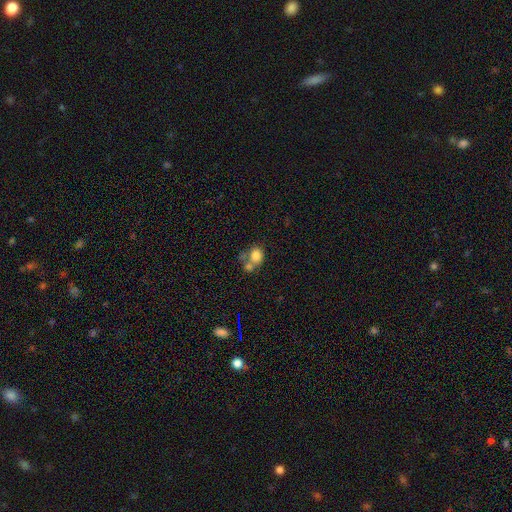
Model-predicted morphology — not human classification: The model was most divided on "merging": merger: 46%, none: 35%, minor disturbance: 11%, major disturbance: 7%. More confident: smooth or featured — smooth (78%); how rounded — round (62%).